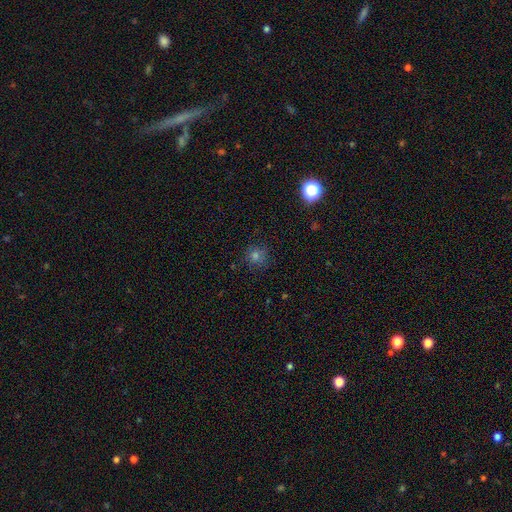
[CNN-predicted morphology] Smooth or featured?
  - smooth: 64% *
  - star or artifact: 26%
  - featured or disk: 10%
How rounded?
  - round: 92% *
  - in between: 7%
  - cigar-shaped: 1%
Merging?
  - none: 84% *
  - minor disturbance: 11%
  - major disturbance: 3%
  - merger: 2%